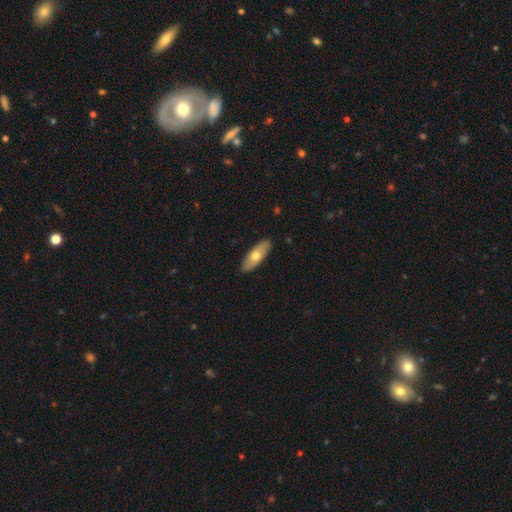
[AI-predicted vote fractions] smooth 64%, featured or disk 31%, star or artifact 5%. Down the decision tree: how rounded — in between (69%); merging — none (89%).